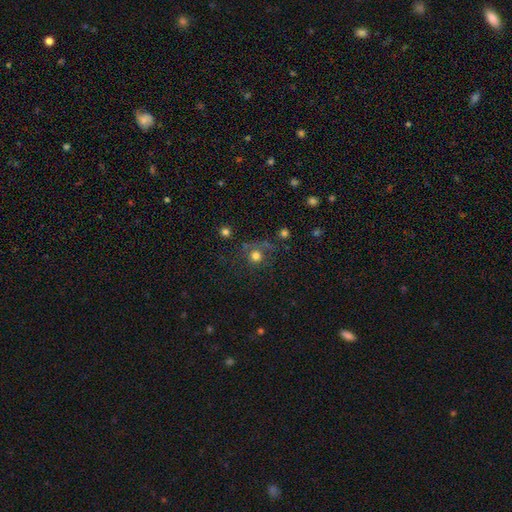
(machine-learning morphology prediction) Smooth or featured? smooth (71%)
How rounded? round (90%)
Merging? none (62%)